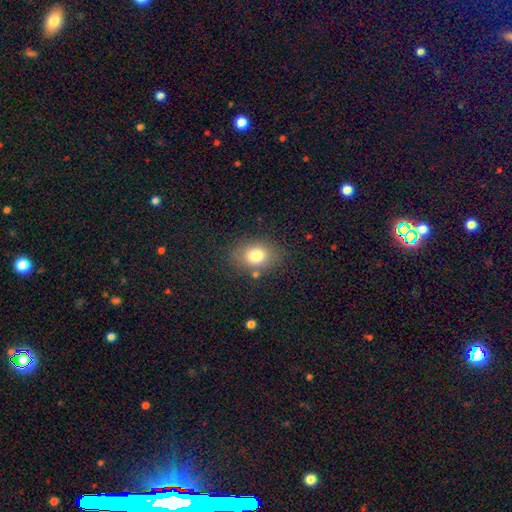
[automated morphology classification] smooth_or_featured: smooth (p=0.77) [alt: featured or disk p=0.12]
how_rounded: in between (p=0.62) [alt: round p=0.37]
merging: none (p=0.79) [alt: minor disturbance p=0.13]